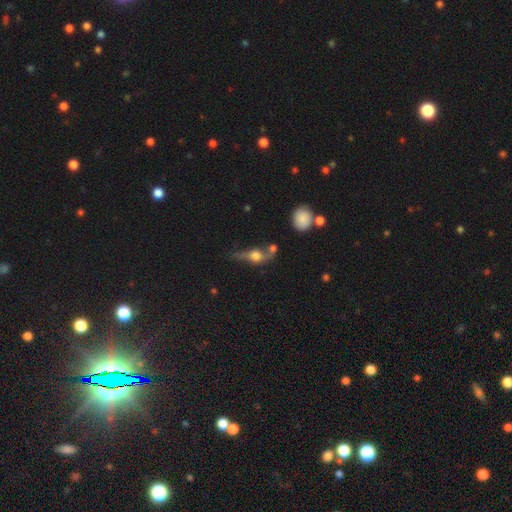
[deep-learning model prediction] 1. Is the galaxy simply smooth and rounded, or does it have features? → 52% featured or disk, 35% smooth, 12% star or artifact.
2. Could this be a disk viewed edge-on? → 55% yes, 45% no.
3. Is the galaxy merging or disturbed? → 37% none, 25% merger, 20% major disturbance, 19% minor disturbance.